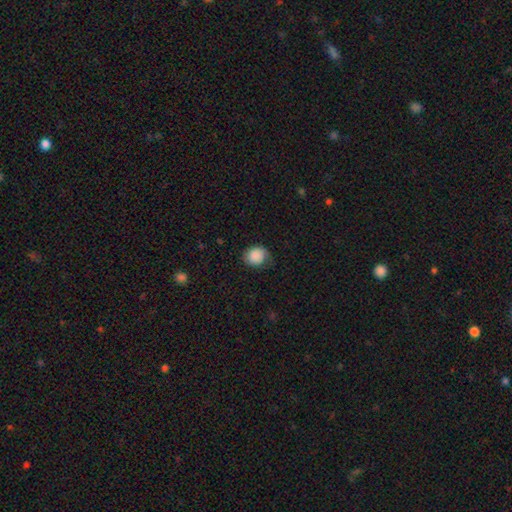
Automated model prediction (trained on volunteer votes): Smooth or featured?
  - smooth: 88% *
  - star or artifact: 7%
  - featured or disk: 5%
How rounded?
  - round: 72% *
  - in between: 27%
  - cigar-shaped: 1%
Merging?
  - none: 66% *
  - minor disturbance: 25%
  - major disturbance: 7%
  - merger: 1%